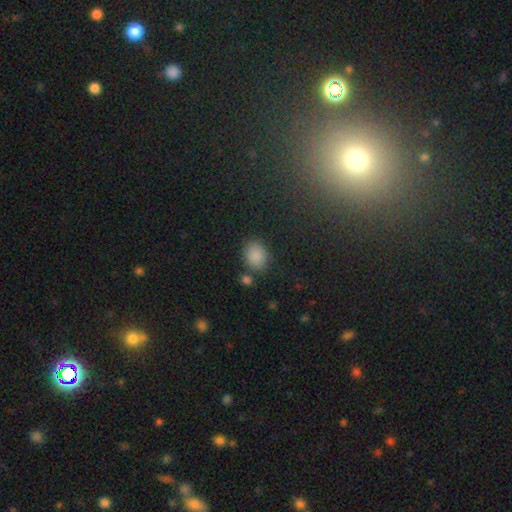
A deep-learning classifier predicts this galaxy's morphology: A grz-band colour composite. It shows a smooth galaxy with no disk features (85%) that is in between round and cigar-shaped (56%). Merging: none (76%).